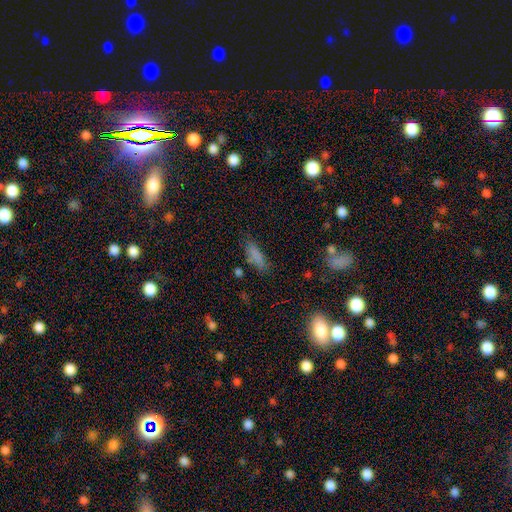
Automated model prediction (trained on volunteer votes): A smooth galaxy with no disk features (76%) that is in between round and cigar-shaped (51%).

Vote fractions:
- Smooth or featured? smooth: 76% / star or artifact: 15% / featured or disk: 10%
- How rounded? in between: 51% / cigar-shaped: 46% / round: 3%
- Merging? none: 69% / minor disturbance: 20% / major disturbance: 7% / merger: 5%